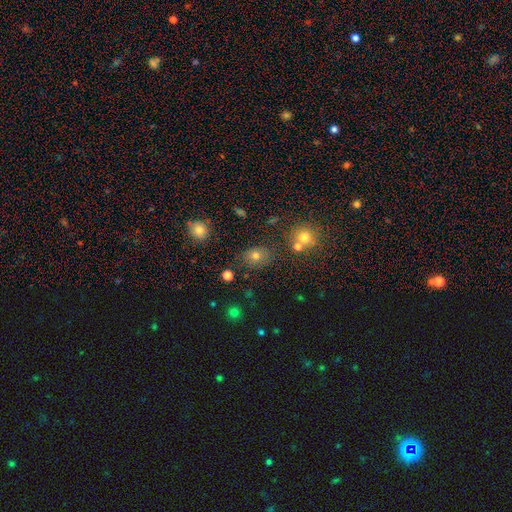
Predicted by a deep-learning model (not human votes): A smooth galaxy with no disk features (72%) that is in between round and cigar-shaped (52%).

Vote fractions:
- Smooth or featured? smooth: 72% / star or artifact: 18% / featured or disk: 10%
- How rounded? in between: 52% / round: 46% / cigar-shaped: 1%
- Merging? none: 77% / minor disturbance: 13% / merger: 6% / major disturbance: 4%